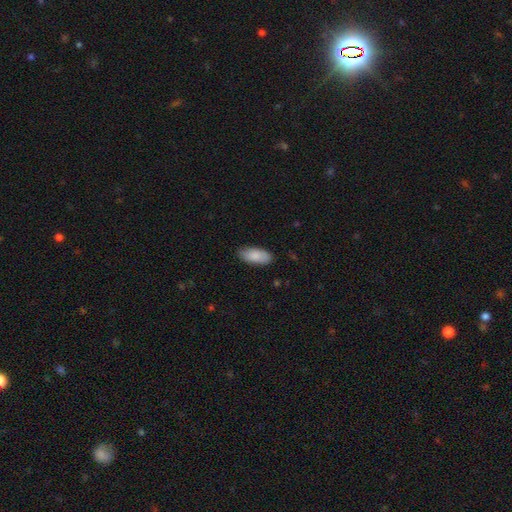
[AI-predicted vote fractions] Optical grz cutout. It shows a smooth galaxy with no disk features (88%) that is in between round and cigar-shaped (87%). Merging: none (86%).